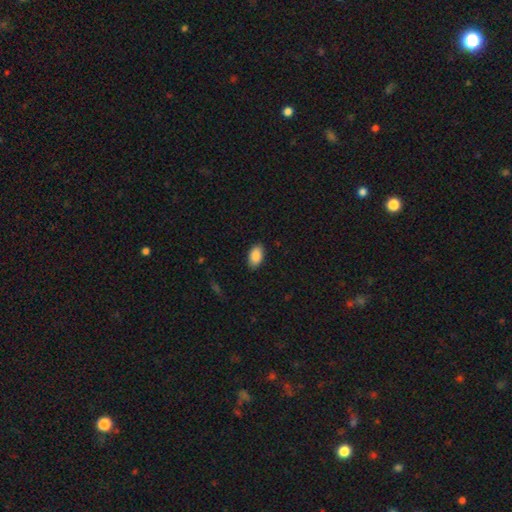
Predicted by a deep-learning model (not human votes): smooth_or_featured: smooth (p=0.88) [alt: star or artifact p=0.07]
how_rounded: in between (p=0.94) [alt: round p=0.04]
merging: none (p=0.88) [alt: minor disturbance p=0.09]